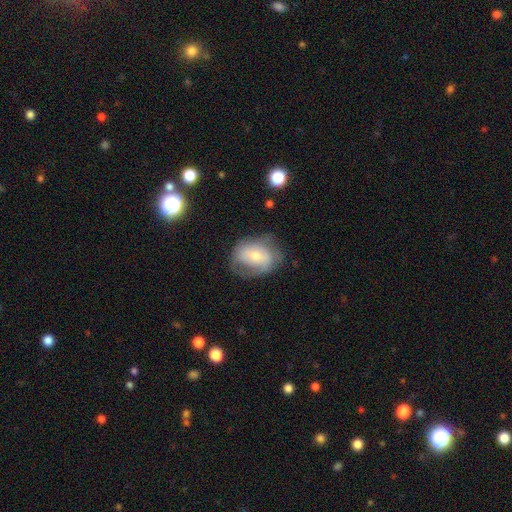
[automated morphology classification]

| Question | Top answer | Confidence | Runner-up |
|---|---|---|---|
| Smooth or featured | smooth | 47% | featured or disk (45%) |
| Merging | none | 53% | minor disturbance (29%) |